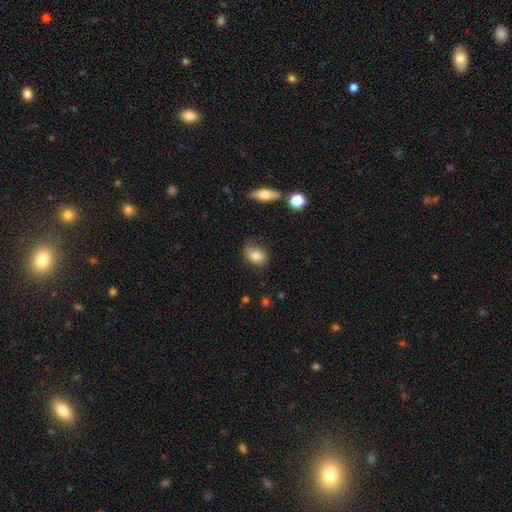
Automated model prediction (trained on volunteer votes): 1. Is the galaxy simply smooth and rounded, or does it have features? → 81% smooth, 11% featured or disk, 8% star or artifact.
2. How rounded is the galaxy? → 81% in between, 17% round, 2% cigar-shaped.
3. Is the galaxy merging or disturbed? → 72% none, 21% minor disturbance, 5% major disturbance, 2% merger.